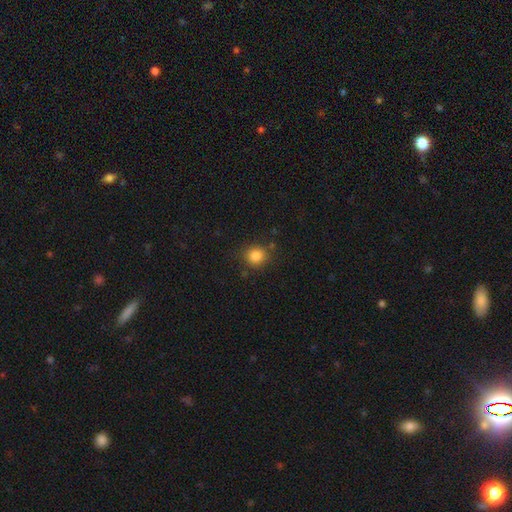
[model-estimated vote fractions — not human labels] smooth 84%, star or artifact 11%, featured or disk 5%. Down the decision tree: how rounded — round (83%); merging — none (81%).